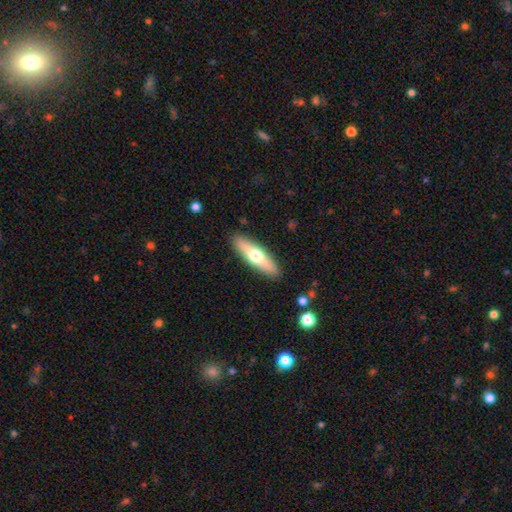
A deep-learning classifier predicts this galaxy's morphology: type=smooth (55%); roundness=cigar-shaped (63%); merging=none (89%).